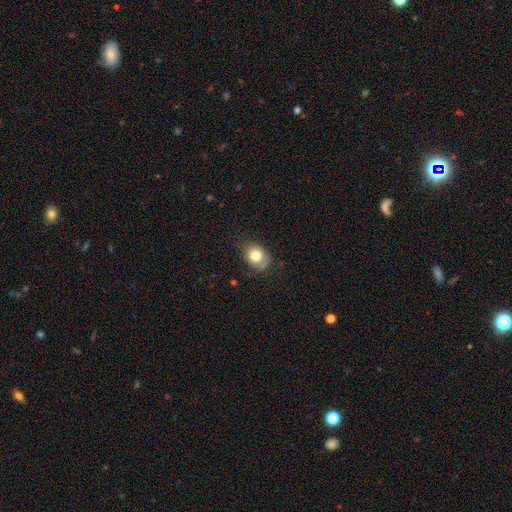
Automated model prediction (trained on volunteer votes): The model was most divided on "how rounded": round: 54%, in between: 45%, cigar-shaped: 1%. More confident: smooth or featured — smooth (78%); merging — none (65%).